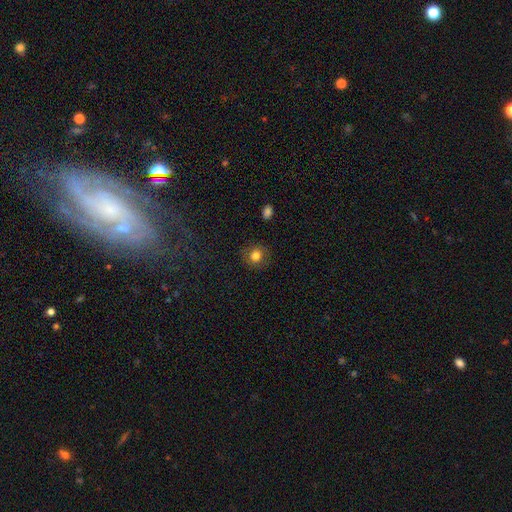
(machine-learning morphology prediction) A smooth galaxy with no disk features (79%) that is round (86%).

Vote fractions:
- Smooth or featured? smooth: 79% / star or artifact: 11% / featured or disk: 10%
- How rounded? round: 86% / in between: 13% / cigar-shaped: 1%
- Merging? none: 87% / minor disturbance: 9% / major disturbance: 3% / merger: 1%